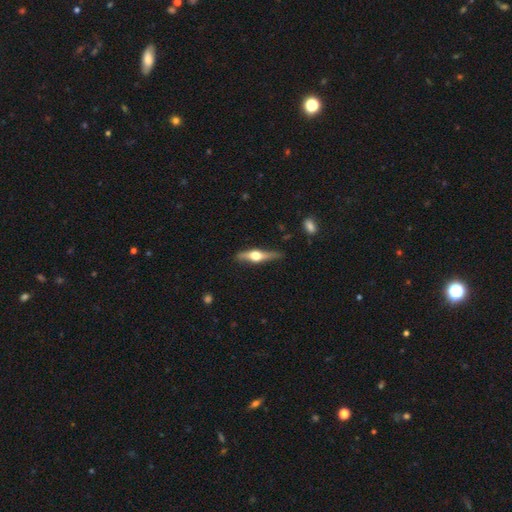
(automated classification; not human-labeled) Overall: featured or disk (69%). Edge-on disk: yes (96%). Edge-on bulge: rounded (95%). Merging: none (81%).